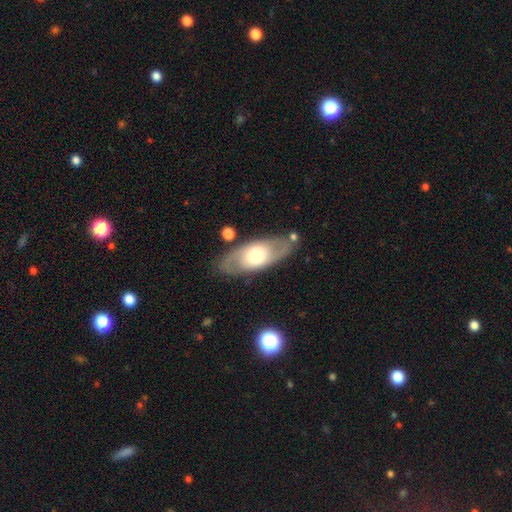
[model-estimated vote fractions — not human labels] Smooth or featured: featured or disk — 56% (smooth — 39%)
Edge-on disk: no — 81% (yes — 19%)
Merging: none — 80% (minor disturbance — 12%)